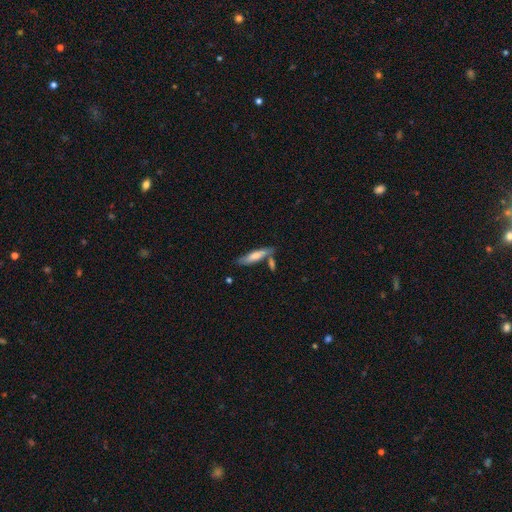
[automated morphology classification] This appears to be a smooth galaxy with no disk features (65%) that is cigar-shaped (75%). Merging: none (65%).